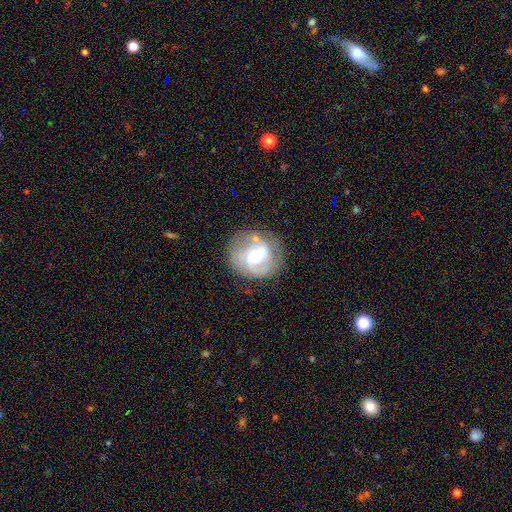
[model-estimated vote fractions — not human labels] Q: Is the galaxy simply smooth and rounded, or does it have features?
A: featured or disk — 78%.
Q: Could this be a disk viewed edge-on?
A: no — 97%.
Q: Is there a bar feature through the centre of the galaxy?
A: weak — 46%.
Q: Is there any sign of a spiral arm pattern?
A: yes — 88%.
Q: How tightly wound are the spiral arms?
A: medium — 42%.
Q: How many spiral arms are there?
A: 2 — 58%.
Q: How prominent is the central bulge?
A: moderate — 55%.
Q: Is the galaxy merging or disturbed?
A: none — 73%.